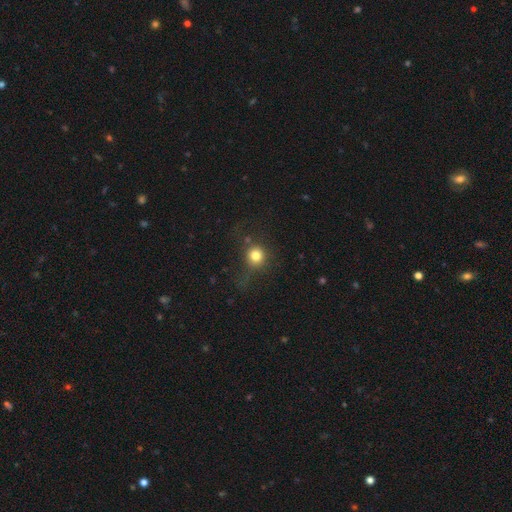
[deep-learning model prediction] Smooth or featured? Predicted: smooth (p=0.78). How rounded? Predicted: round (p=0.90). Merging? Predicted: none (p=0.69).